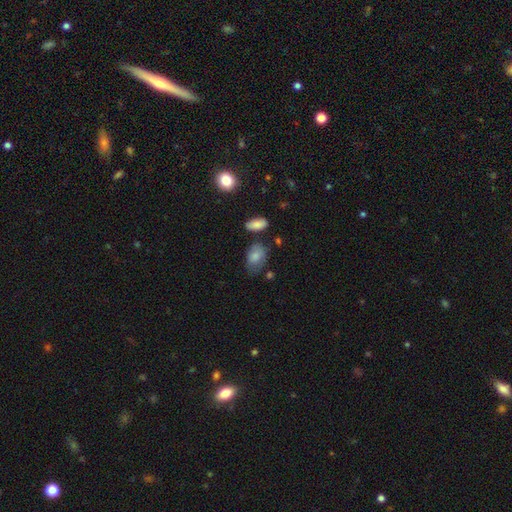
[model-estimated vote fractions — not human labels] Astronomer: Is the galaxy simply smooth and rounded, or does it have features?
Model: smooth — 81%.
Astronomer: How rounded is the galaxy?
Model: in between — 85%.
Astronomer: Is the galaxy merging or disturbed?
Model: none — 56%.